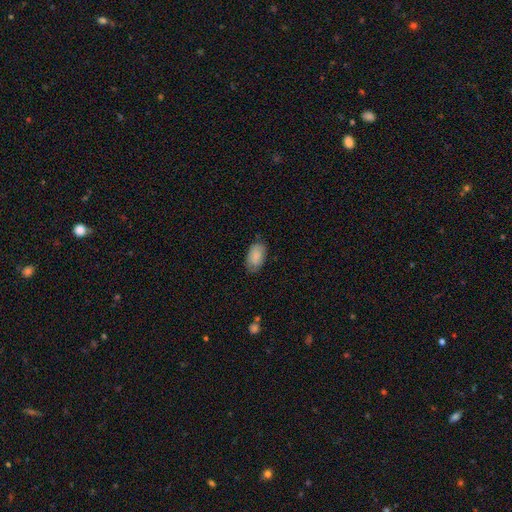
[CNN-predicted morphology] Smooth or featured? Predicted: smooth (p=0.87). How rounded? Predicted: in between (p=0.94). Merging? Predicted: none (p=0.79).